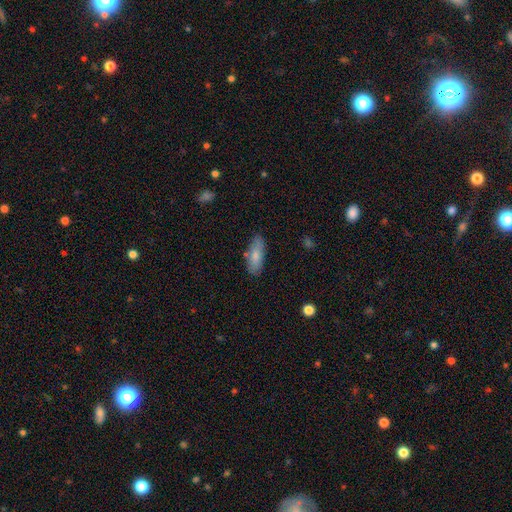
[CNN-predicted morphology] Smooth or featured? Predicted: smooth (p=0.77). How rounded? Predicted: in between (p=0.73). Merging? Predicted: none (p=0.79).